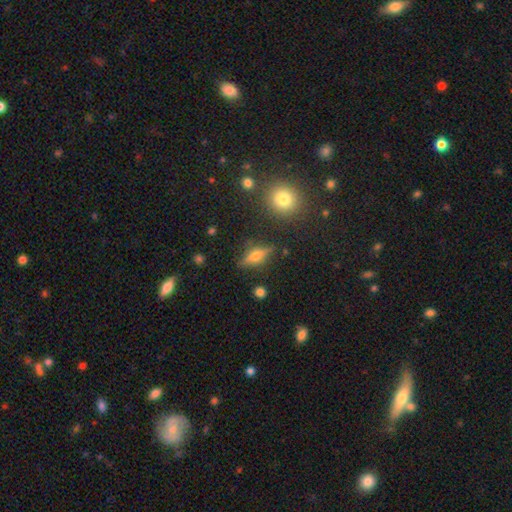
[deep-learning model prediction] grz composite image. It shows a featured or disk galaxy (56%) viewed edge-on (91%) with a rounded central bulge (90%). Merging: none (84%).